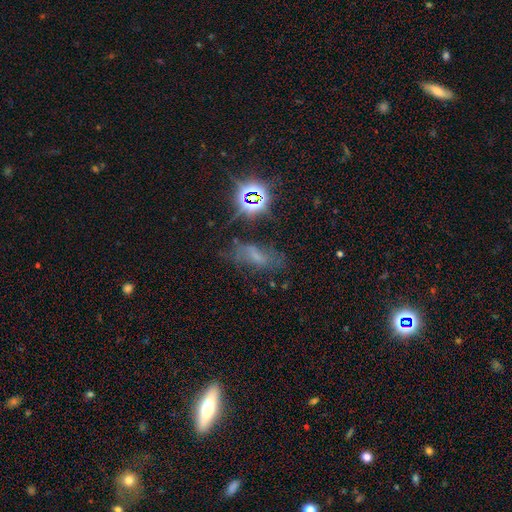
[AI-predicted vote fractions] A smooth galaxy with no disk features (35%).

Vote fractions:
- Smooth or featured? smooth: 35% / star or artifact: 34% / featured or disk: 31%
- Merging? none: 55% / minor disturbance: 23% / major disturbance: 18% / merger: 4%